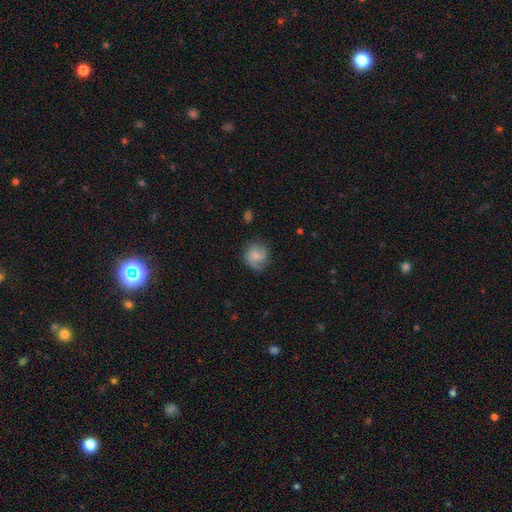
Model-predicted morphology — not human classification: smooth 56%, featured or disk 36%, star or artifact 8%. Down the decision tree: how rounded — round (84%); merging — none (71%).